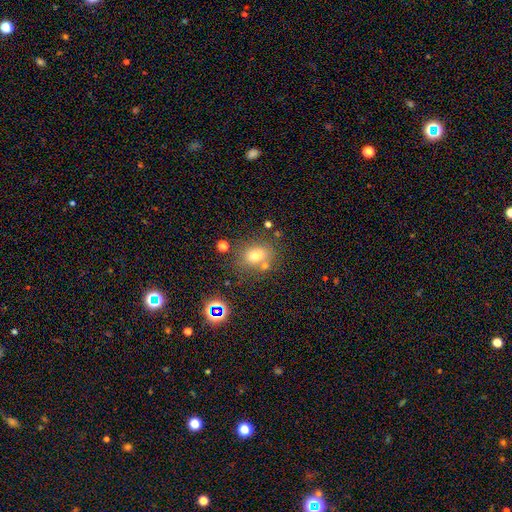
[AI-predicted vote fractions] Smooth or featured? smooth (71%)
How rounded? round (50%)
Merging? none (69%)